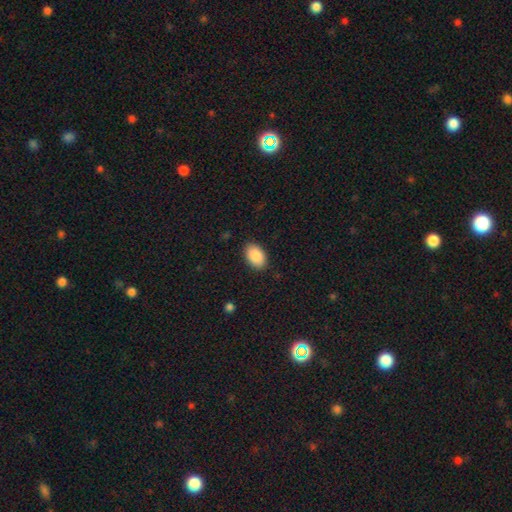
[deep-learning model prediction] The model was most divided on "merging": none: 88%, minor disturbance: 9%, major disturbance: 2%, merger: 1%. More confident: how rounded — in between (91%); smooth or featured — smooth (90%).